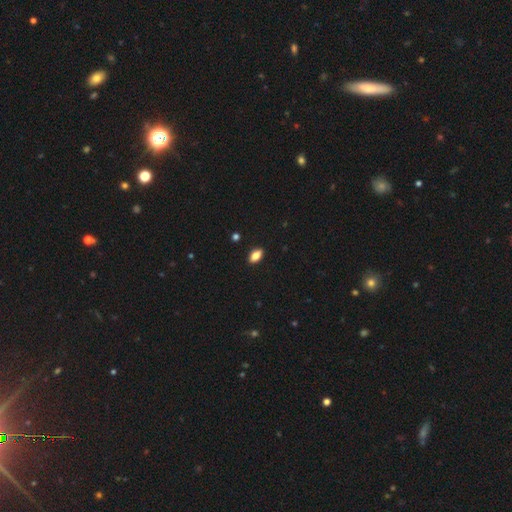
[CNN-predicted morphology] type=smooth (82%); roundness=in between (90%); merging=none (90%).